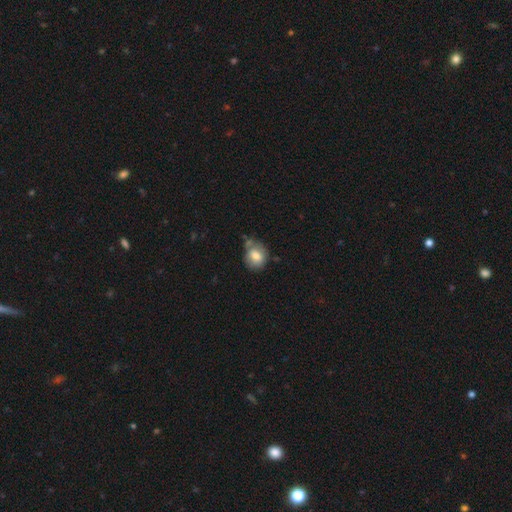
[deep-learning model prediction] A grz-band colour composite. It shows a smooth galaxy with no disk features (75%) that is round (55%). Merging: none (50%).